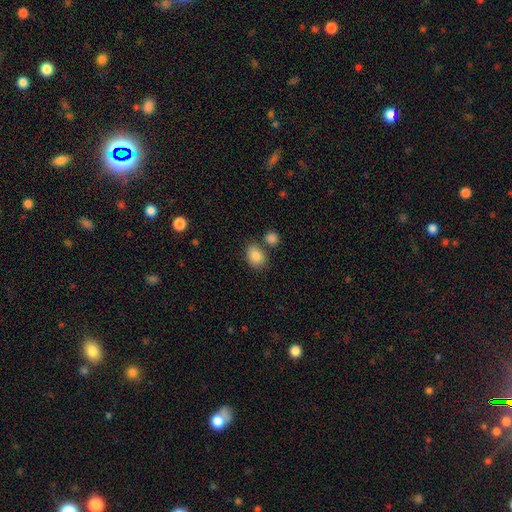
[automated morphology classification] Q: Smooth or featured?
A: smooth (87%); runner-up: star or artifact (8%)
Q: How rounded?
A: in between (69%); runner-up: round (29%)
Q: Merging?
A: none (65%); runner-up: merger (17%)